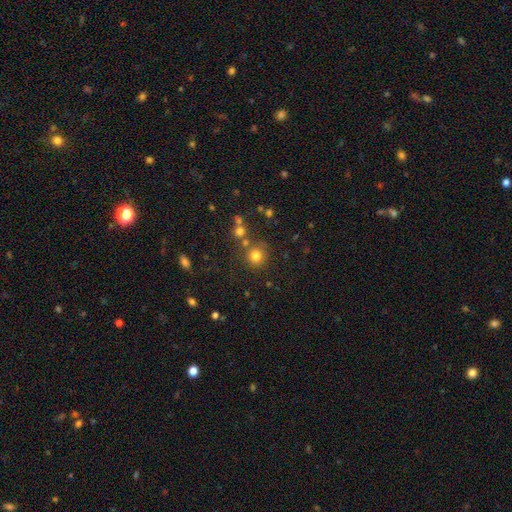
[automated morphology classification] Smooth or featured?
  - smooth: 78% *
  - star or artifact: 16%
  - featured or disk: 7%
How rounded?
  - round: 92% *
  - in between: 8%
  - cigar-shaped: 1%
Merging?
  - none: 77% *
  - merger: 10%
  - minor disturbance: 9%
  - major disturbance: 4%